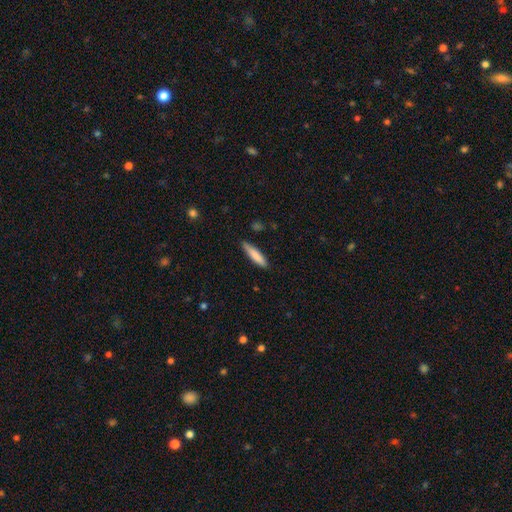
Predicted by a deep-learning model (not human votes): A smooth galaxy with no disk features (83%) that is cigar-shaped (80%). Merging: none (79%).